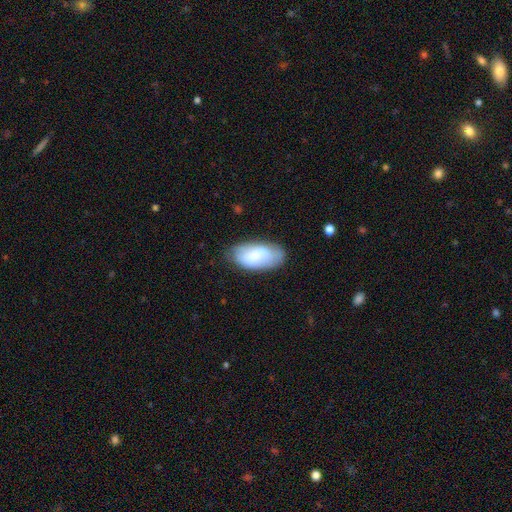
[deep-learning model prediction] This appears to be a smooth galaxy with no disk features (75%) that is in between round and cigar-shaped (94%). Merging: none (68%).